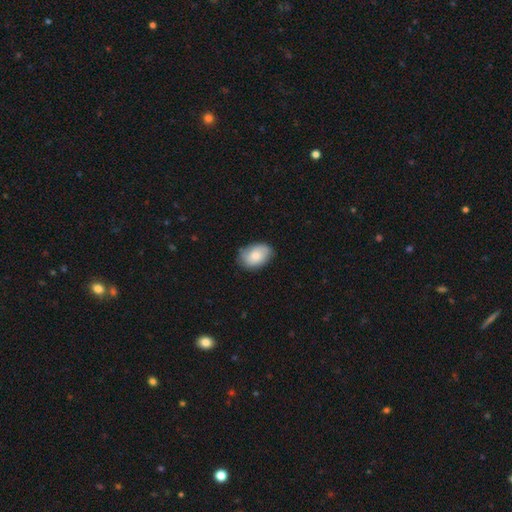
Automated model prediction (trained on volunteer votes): The model was most divided on "merging": none: 76%, minor disturbance: 19%, major disturbance: 3%, merger: 1%. More confident: how rounded — in between (83%); smooth or featured — smooth (76%).